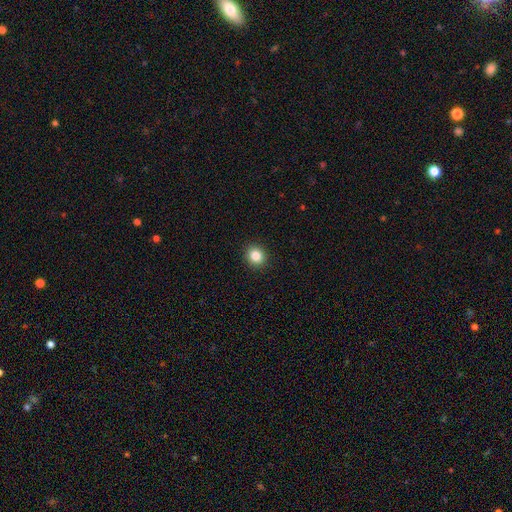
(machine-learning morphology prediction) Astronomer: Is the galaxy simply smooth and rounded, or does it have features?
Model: smooth — 84%.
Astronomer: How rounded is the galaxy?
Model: round — 84%.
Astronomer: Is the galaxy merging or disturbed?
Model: none — 92%.